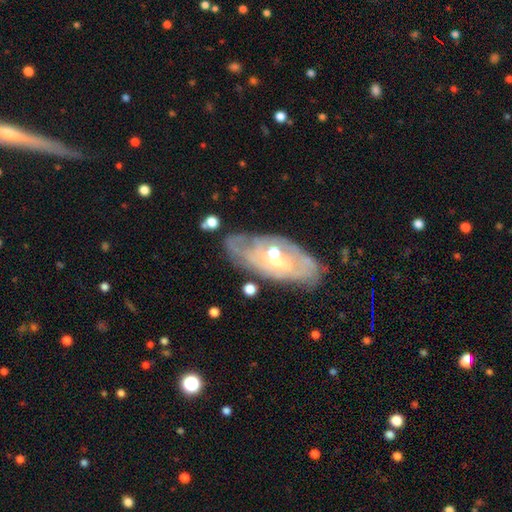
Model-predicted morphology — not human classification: A featured or disk galaxy (77%) with no bar (42%), tight (65%) spiral arms (77%) and a moderate central bulge (48%). Merging: none (71%).